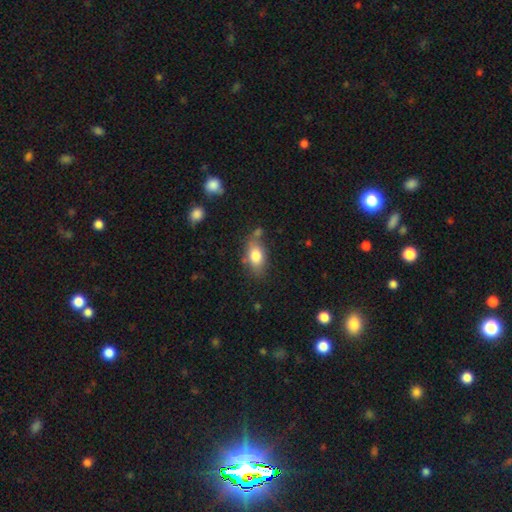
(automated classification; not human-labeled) smooth 80%, featured or disk 12%, star or artifact 8%. Down the decision tree: how rounded — in between (86%); merging — none (68%).